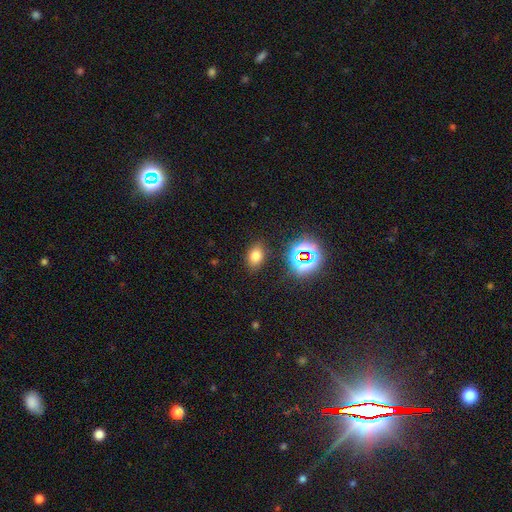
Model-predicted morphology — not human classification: Q: Smooth or featured?
A: smooth (70%); runner-up: star or artifact (21%)
Q: How rounded?
A: in between (76%); runner-up: round (23%)
Q: Merging?
A: none (83%); runner-up: minor disturbance (10%)